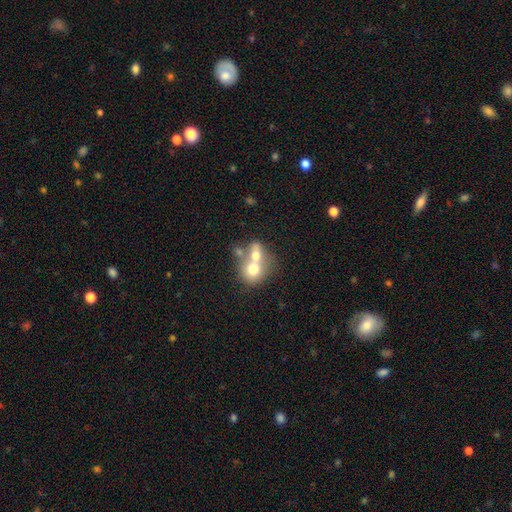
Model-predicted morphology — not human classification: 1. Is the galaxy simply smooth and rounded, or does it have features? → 65% smooth, 25% featured or disk, 10% star or artifact.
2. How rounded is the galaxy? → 57% round, 41% in between, 2% cigar-shaped.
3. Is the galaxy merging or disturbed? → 72% merger, 18% none, 5% minor disturbance, 4% major disturbance.